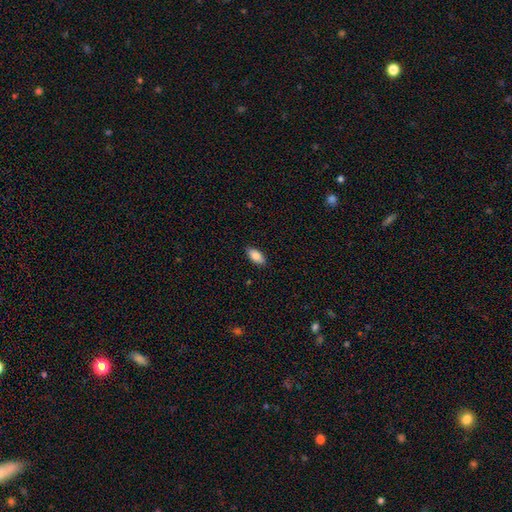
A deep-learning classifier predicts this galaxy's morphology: Smooth or featured: smooth — 84% (featured or disk — 9%)
How rounded: in between — 91% (cigar-shaped — 7%)
Merging: none — 88% (minor disturbance — 9%)